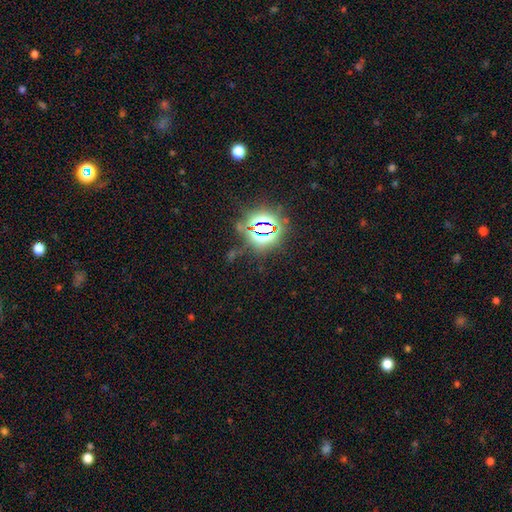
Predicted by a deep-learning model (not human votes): A star or artifact, not a galaxy (81%).

Vote fractions:
- Smooth or featured? star or artifact: 81% / smooth: 12% / featured or disk: 7%